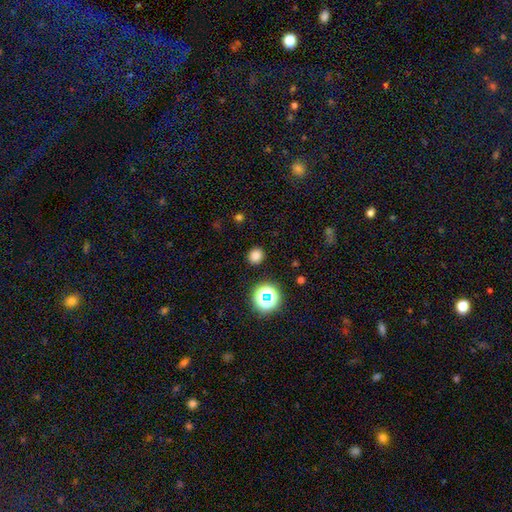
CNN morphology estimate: This is likely a smooth galaxy (77%). How rounded: clearly round (85%). Merging: clearly none (90%).